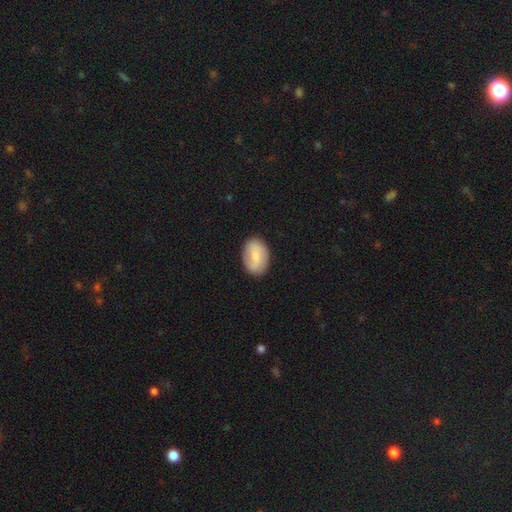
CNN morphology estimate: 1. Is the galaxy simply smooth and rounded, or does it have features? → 62% smooth, 31% featured or disk, 7% star or artifact.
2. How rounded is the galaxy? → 82% in between, 17% round, 1% cigar-shaped.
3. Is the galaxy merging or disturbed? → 85% none, 12% minor disturbance, 3% major disturbance, 1% merger.